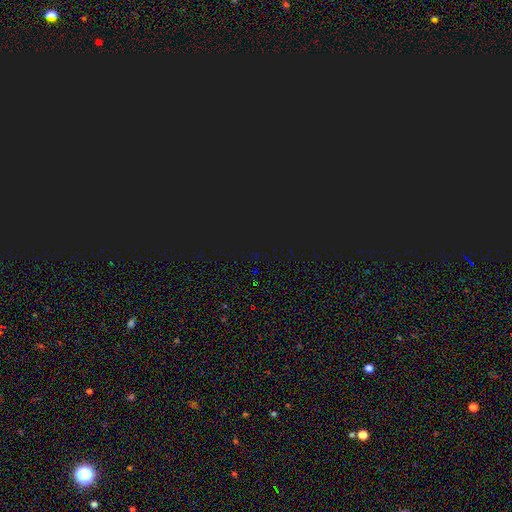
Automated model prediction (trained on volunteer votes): Q: Smooth or featured?
A: star or artifact (81%); runner-up: smooth (12%)